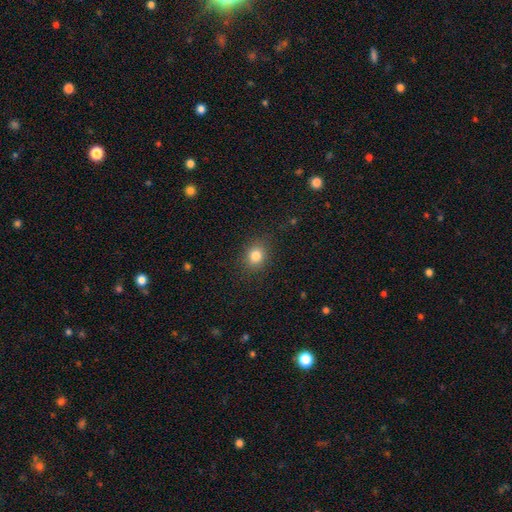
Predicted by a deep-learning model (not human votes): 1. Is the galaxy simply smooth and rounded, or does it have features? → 82% smooth, 12% star or artifact, 6% featured or disk.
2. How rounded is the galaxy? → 67% round, 32% in between, 1% cigar-shaped.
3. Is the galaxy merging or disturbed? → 86% none, 10% minor disturbance, 3% major disturbance, 1% merger.